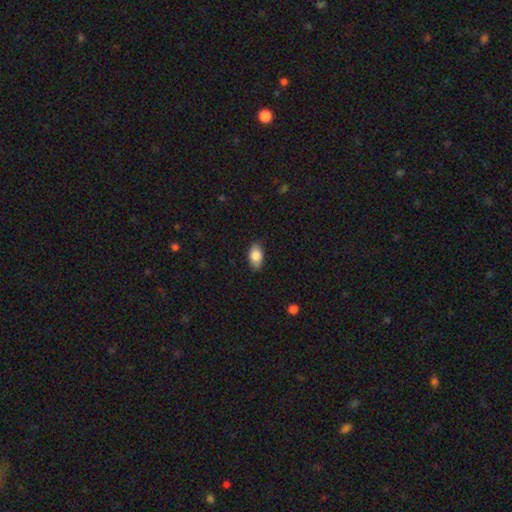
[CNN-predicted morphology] Smooth or featured? smooth (83%)
How rounded? in between (91%)
Merging? none (86%)